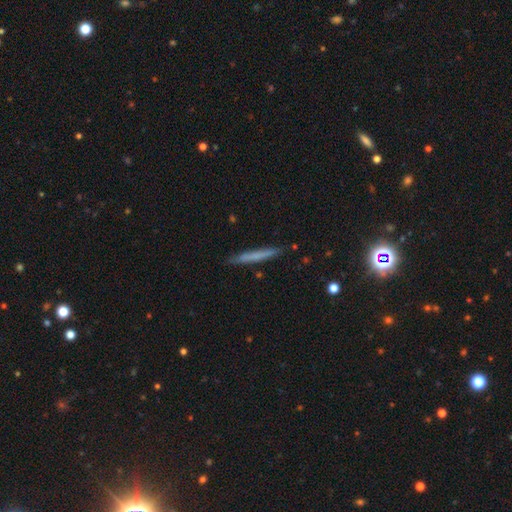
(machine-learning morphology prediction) Q: Smooth or featured?
A: smooth (61%); runner-up: featured or disk (32%)
Q: How rounded?
A: cigar-shaped (97%); runner-up: in between (2%)
Q: Merging?
A: none (89%); runner-up: minor disturbance (8%)